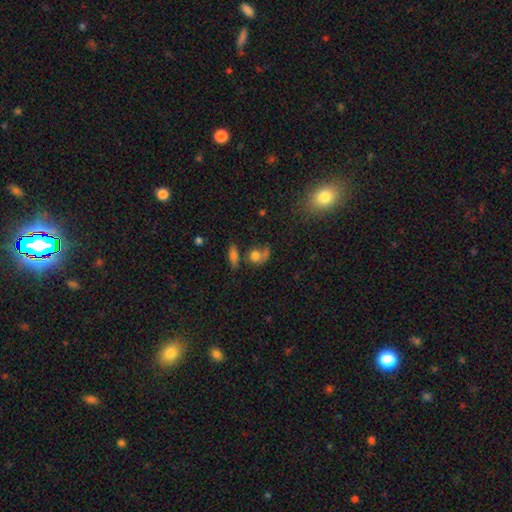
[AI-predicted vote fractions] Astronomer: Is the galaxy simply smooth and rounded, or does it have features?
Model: smooth — 71%.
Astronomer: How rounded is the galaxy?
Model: round — 61%.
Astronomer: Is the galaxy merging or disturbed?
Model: none — 42% (runner-up: merger, 29%).